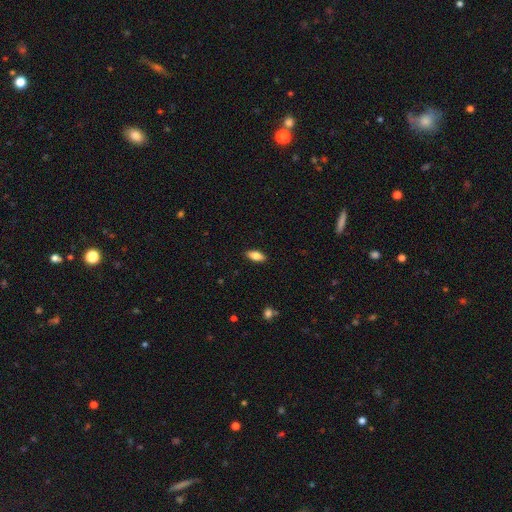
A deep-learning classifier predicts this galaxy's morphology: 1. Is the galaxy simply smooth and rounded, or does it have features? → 81% smooth, 12% featured or disk, 7% star or artifact.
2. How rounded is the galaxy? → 84% in between, 13% cigar-shaped, 2% round.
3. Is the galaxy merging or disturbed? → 89% none, 8% minor disturbance, 2% major disturbance, 1% merger.